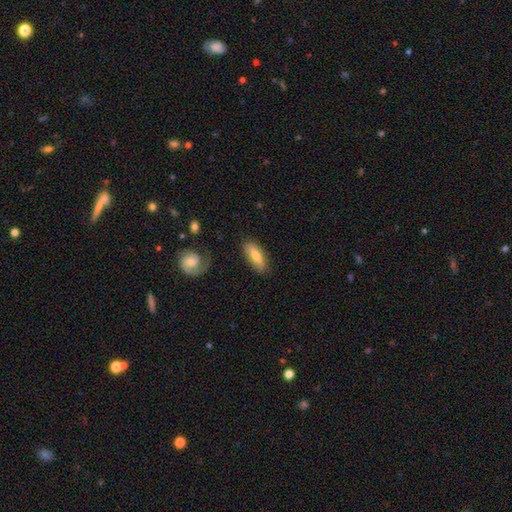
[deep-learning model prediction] This is likely a smooth galaxy (64%). How rounded: likely in between (62%). Merging: likely none (80%).